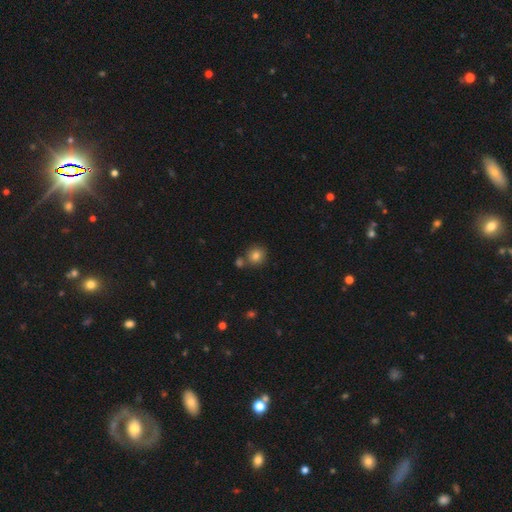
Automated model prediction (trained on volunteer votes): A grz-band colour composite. It shows a smooth galaxy with no disk features (82%) that is round (89%). Merging: none (72%).